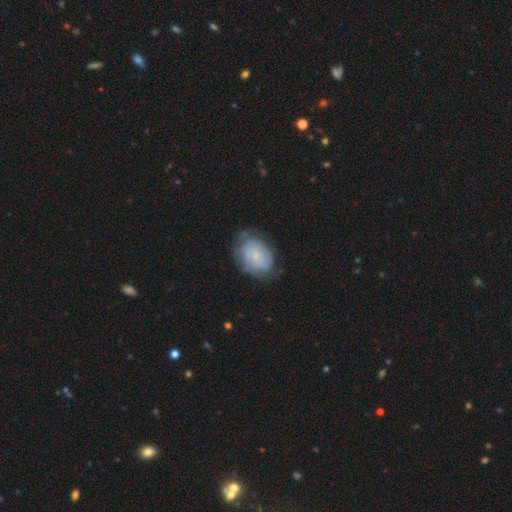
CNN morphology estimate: This appears to be a featured or disk galaxy (50%). Merging: none (61%).